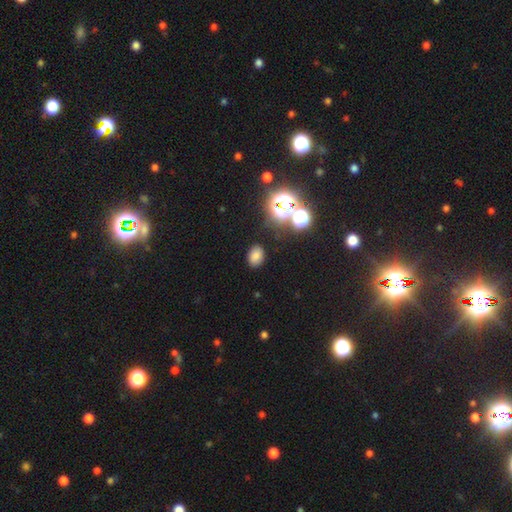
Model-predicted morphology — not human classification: A smooth galaxy with no disk features (74%) that is in between round and cigar-shaped (74%).

Vote fractions:
- Smooth or featured? smooth: 74% / star or artifact: 20% / featured or disk: 7%
- How rounded? in between: 74% / round: 25% / cigar-shaped: 1%
- Merging? none: 85% / minor disturbance: 10% / major disturbance: 3% / merger: 2%